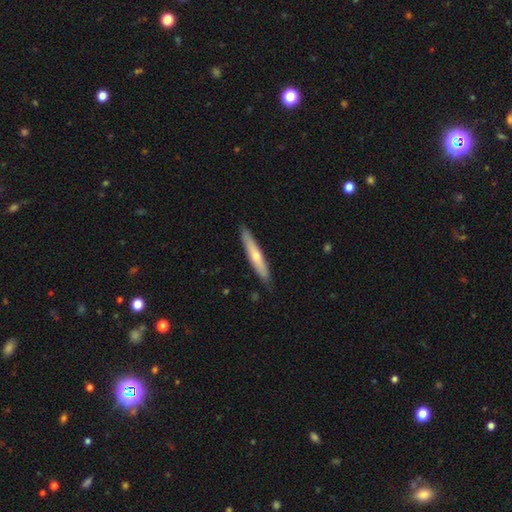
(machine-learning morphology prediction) Smooth or featured: smooth — 52% (featured or disk — 43%)
How rounded: cigar-shaped — 91% (in between — 8%)
Merging: none — 86% (minor disturbance — 11%)